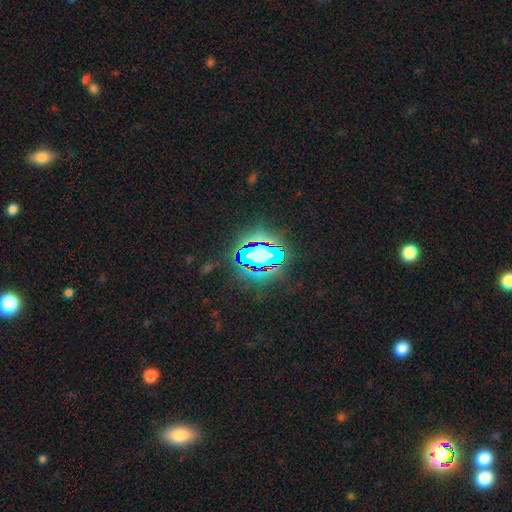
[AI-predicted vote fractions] Smooth or featured: star or artifact — 80% (smooth — 11%)